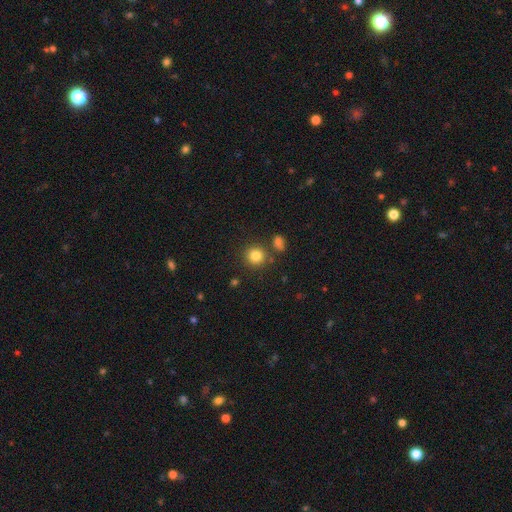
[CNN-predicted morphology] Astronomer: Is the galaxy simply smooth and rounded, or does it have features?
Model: smooth — 83%.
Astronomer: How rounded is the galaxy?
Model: round — 90%.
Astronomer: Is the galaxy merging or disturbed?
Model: none — 80%.